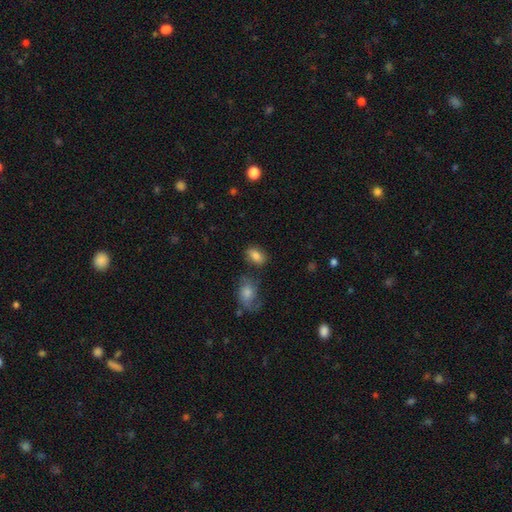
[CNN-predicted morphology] This is clearly a smooth galaxy (82%). How rounded: clearly in between (85%). Merging: likely none (72%).